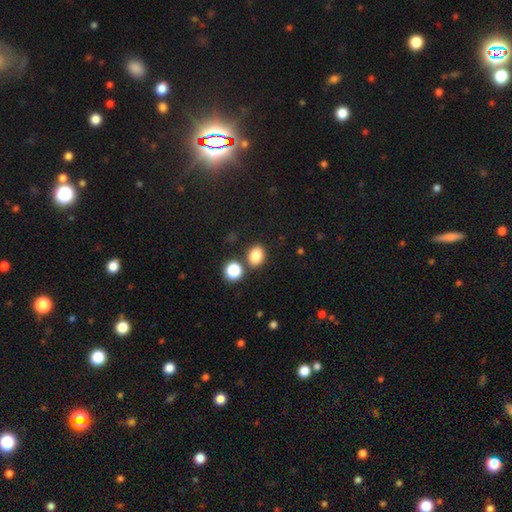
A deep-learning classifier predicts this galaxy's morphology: Q: Smooth or featured?
A: smooth (82%); runner-up: star or artifact (12%)
Q: How rounded?
A: in between (53%); runner-up: round (46%)
Q: Merging?
A: none (79%); runner-up: merger (9%)